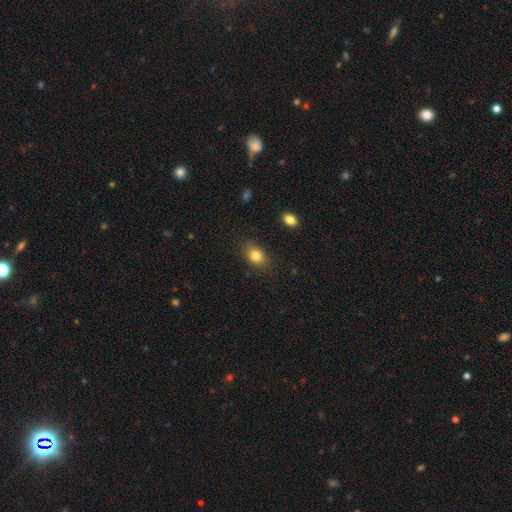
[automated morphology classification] Smooth or featured: smooth — 81% (star or artifact — 9%)
How rounded: in between — 78% (round — 20%)
Merging: none — 82% (minor disturbance — 13%)